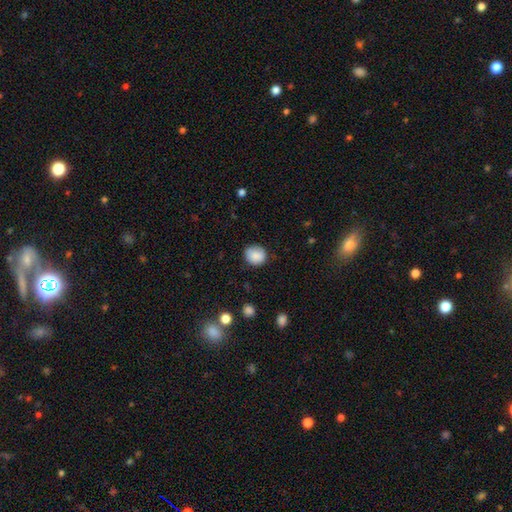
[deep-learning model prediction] A smooth galaxy with no disk features (86%) that is round (80%).

Vote fractions:
- Smooth or featured? smooth: 86% / star or artifact: 8% / featured or disk: 6%
- How rounded? round: 80% / in between: 20% / cigar-shaped: 1%
- Merging? none: 82% / minor disturbance: 14% / major disturbance: 3% / merger: 1%